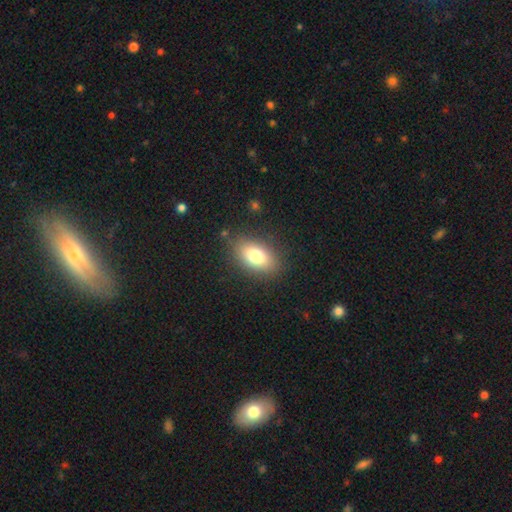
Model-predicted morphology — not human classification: type=smooth (78%); roundness=in between (88%); merging=none (84%).